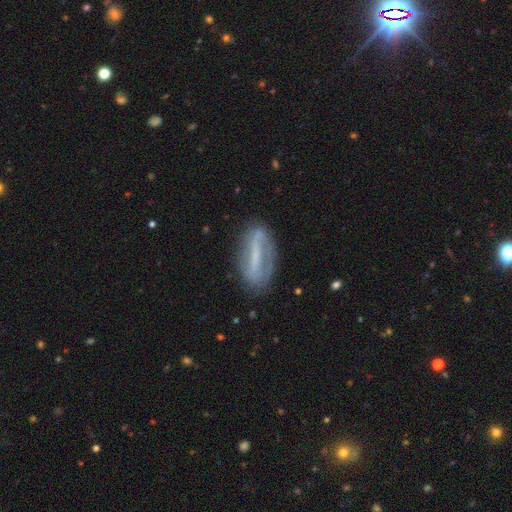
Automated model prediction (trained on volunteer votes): Smooth or featured: featured or disk — 60% (smooth — 31%)
Edge-on disk: no — 74% (yes — 26%)
Merging: none — 73% (minor disturbance — 18%)